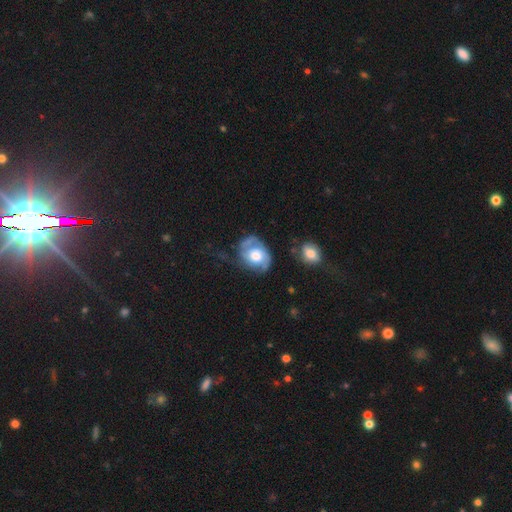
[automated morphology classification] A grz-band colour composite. It shows a featured or disk galaxy (71%) with no bar (76%), 2 (66%) tight (42%) spiral arms (87%) and a moderate central bulge (55%). Merging: none (55%).